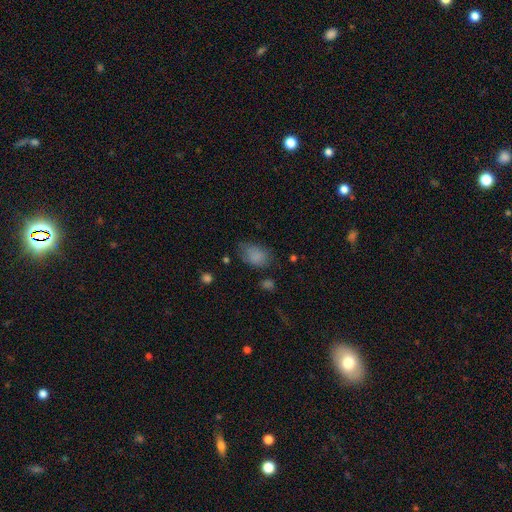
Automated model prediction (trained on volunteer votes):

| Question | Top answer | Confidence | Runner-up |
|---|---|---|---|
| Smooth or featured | smooth | 82% | star or artifact (10%) |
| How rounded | in between | 85% | round (14%) |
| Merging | none | 59% | minor disturbance (28%) |